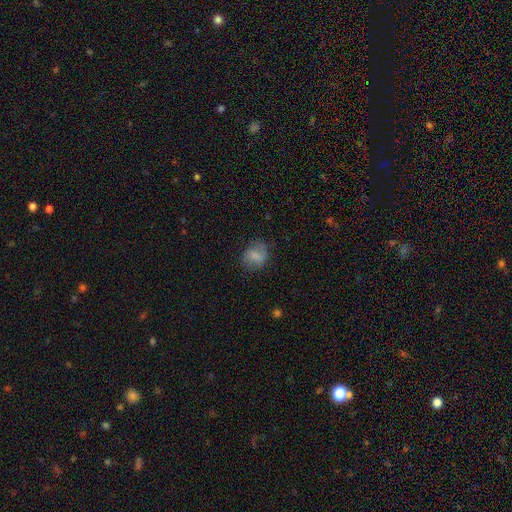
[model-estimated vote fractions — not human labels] Morphology: type=smooth (63%); roundness=round (52%); merging=none (68%).